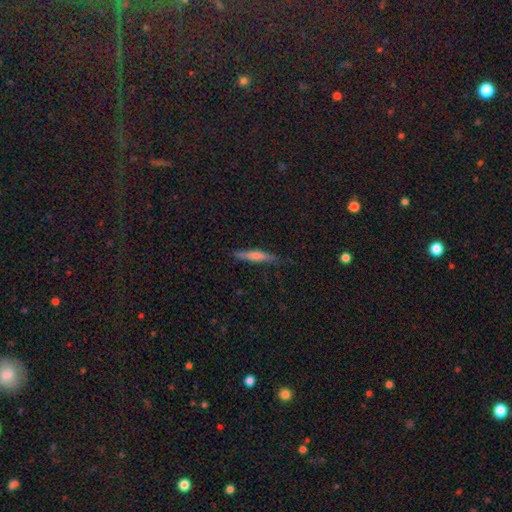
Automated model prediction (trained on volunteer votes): This appears to be a smooth galaxy with no disk features (47%). Merging: none (84%).